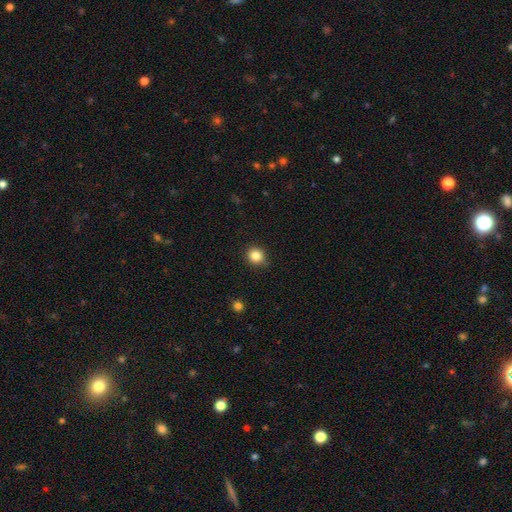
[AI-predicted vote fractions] This is clearly a smooth galaxy (85%). How rounded: clearly round (85%). Merging: clearly none (87%).